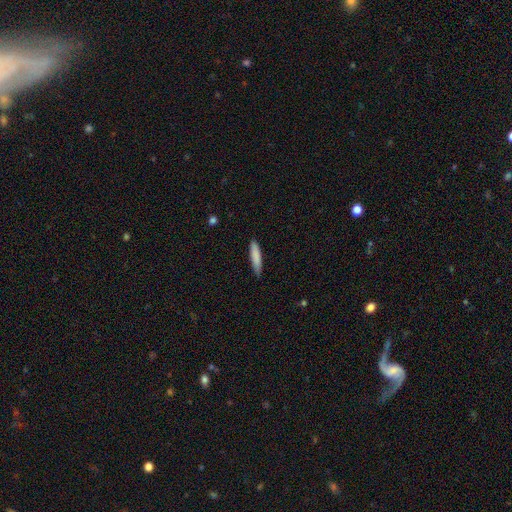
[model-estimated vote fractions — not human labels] smooth-or-featured: smooth: 84% | featured or disk: 11% | star or artifact: 6%
  how-rounded: cigar-shaped: 84% | in between: 15% | round: 1%
  merging: none: 83% | minor disturbance: 14% | major disturbance: 2% | merger: 1%